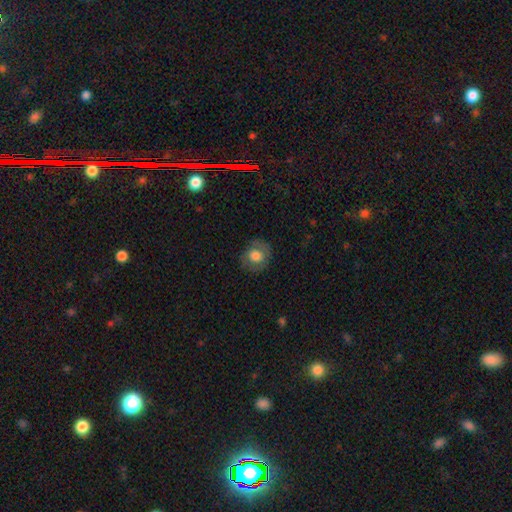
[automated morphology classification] Smooth or featured?
  - smooth: 69% *
  - featured or disk: 22%
  - star or artifact: 8%
How rounded?
  - round: 80% *
  - in between: 19%
  - cigar-shaped: 1%
Merging?
  - none: 79% *
  - minor disturbance: 14%
  - major disturbance: 5%
  - merger: 1%